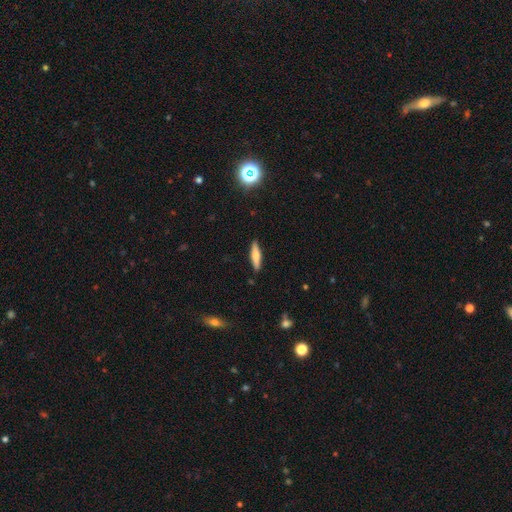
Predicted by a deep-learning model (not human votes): A smooth galaxy with no disk features (58%) that is cigar-shaped (76%).

Vote fractions:
- Smooth or featured? smooth: 58% / featured or disk: 36% / star or artifact: 7%
- How rounded? cigar-shaped: 76% / in between: 22% / round: 2%
- Merging? none: 90% / minor disturbance: 8% / major disturbance: 2% / merger: 1%